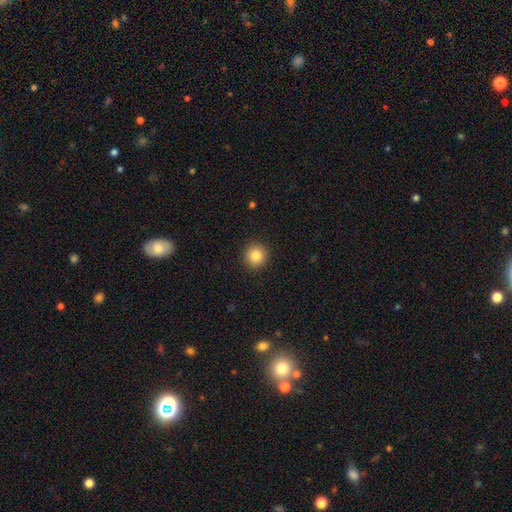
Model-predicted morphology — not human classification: smooth 85%, star or artifact 10%, featured or disk 5%. Down the decision tree: how rounded — round (94%); merging — none (92%).